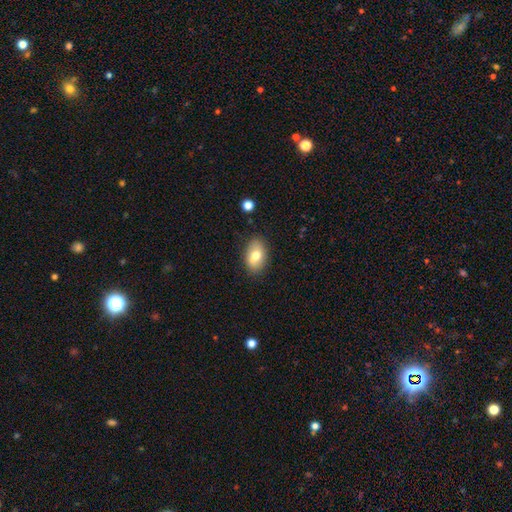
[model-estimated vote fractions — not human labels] Smooth or featured? Predicted: smooth (p=0.73). How rounded? Predicted: in between (p=0.88). Merging? Predicted: none (p=0.85).